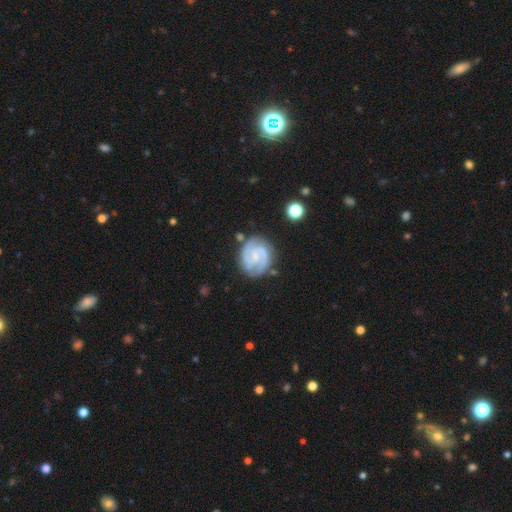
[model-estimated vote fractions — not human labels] The model was most divided on "bar": weak: 48%, no: 40%, strong: 13%. More confident: edge-on disk — no (98%); spiral arms — yes (98%); smooth or featured — featured or disk (89%); merging — none (76%); spiral arm count — 2 (73%); spiral winding — tight (58%); bulge size — small (55%).